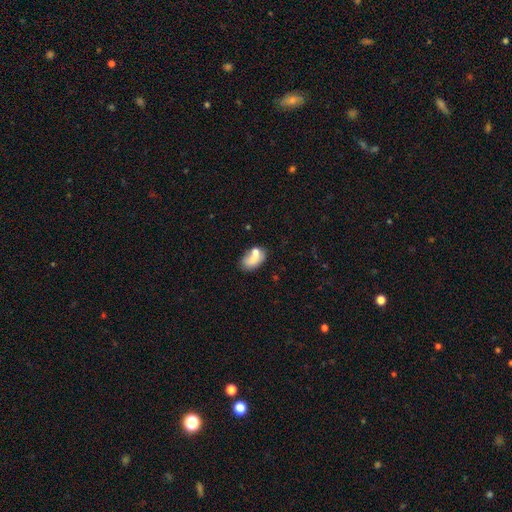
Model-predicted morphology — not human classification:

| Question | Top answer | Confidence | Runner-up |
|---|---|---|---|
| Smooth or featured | smooth | 67% | featured or disk (23%) |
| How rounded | in between | 88% | round (10%) |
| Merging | none | 39% | merger (26%) |